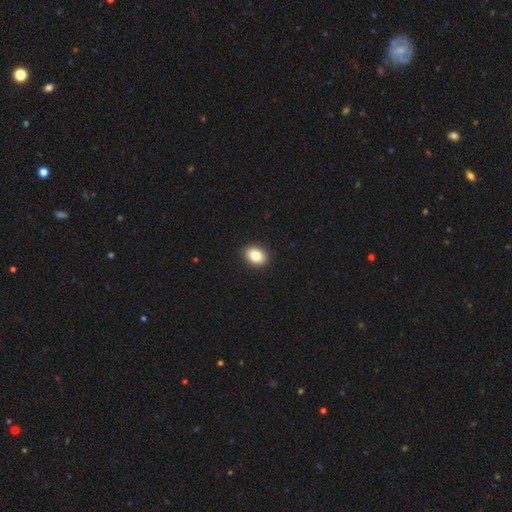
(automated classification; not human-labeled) This appears to be a smooth galaxy with no disk features (83%) that is in between round and cigar-shaped (67%). Merging: none (91%).